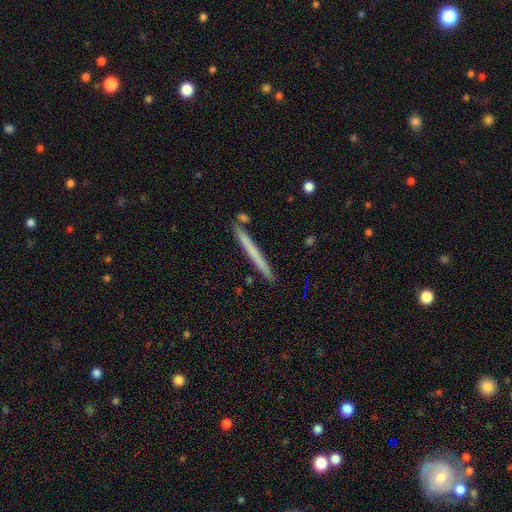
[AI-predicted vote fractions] Smooth or featured?
  - smooth: 59% *
  - featured or disk: 35%
  - star or artifact: 6%
How rounded?
  - cigar-shaped: 97% *
  - in between: 2%
  - round: 1%
Merging?
  - none: 87% *
  - minor disturbance: 8%
  - merger: 4%
  - major disturbance: 2%